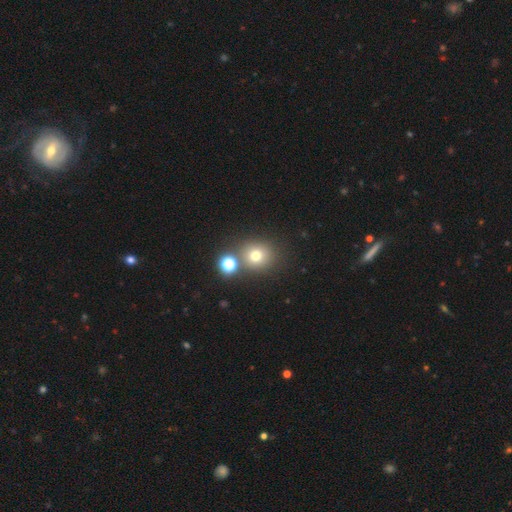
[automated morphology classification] Smooth or featured?
  - smooth: 72% *
  - star or artifact: 18%
  - featured or disk: 10%
How rounded?
  - round: 86% *
  - in between: 13%
  - cigar-shaped: 1%
Merging?
  - none: 71% *
  - merger: 16%
  - minor disturbance: 9%
  - major disturbance: 4%